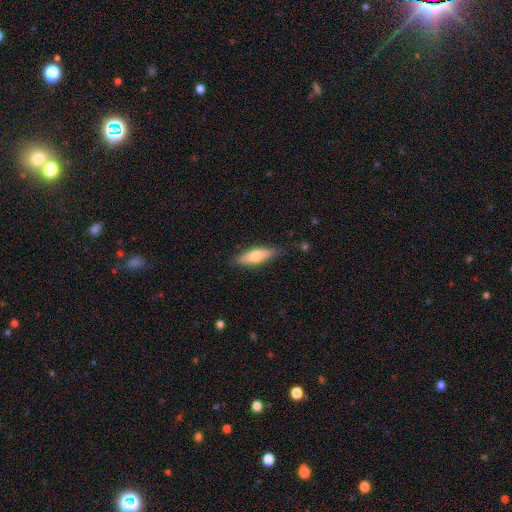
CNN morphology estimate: Smooth or featured? Predicted: smooth (p=0.68). How rounded? Predicted: in between (p=0.52). Merging? Predicted: none (p=0.80).